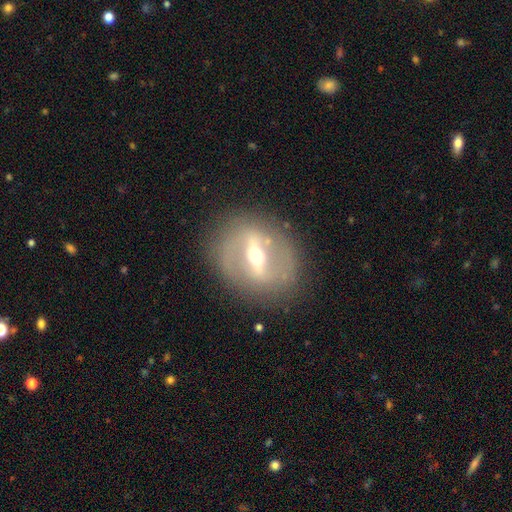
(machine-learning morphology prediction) A featured or disk galaxy (78%) with a strong bar (71%), no spiral arms (62%) and a moderate central bulge (66%). Merging: none (83%).